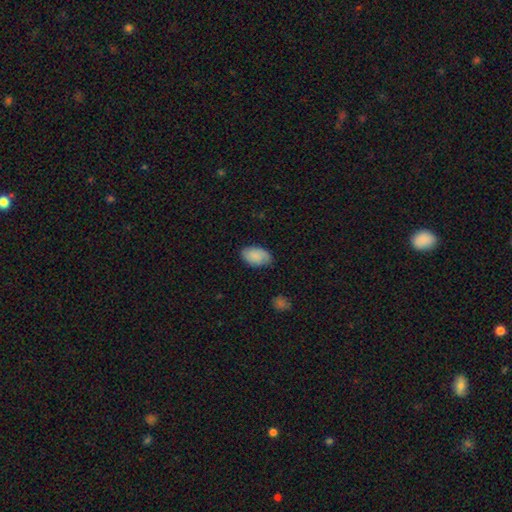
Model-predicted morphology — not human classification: Smooth or featured?
  - smooth: 79% *
  - featured or disk: 14%
  - star or artifact: 7%
How rounded?
  - in between: 93% *
  - round: 6%
  - cigar-shaped: 1%
Merging?
  - none: 78% *
  - minor disturbance: 17%
  - major disturbance: 3%
  - merger: 1%